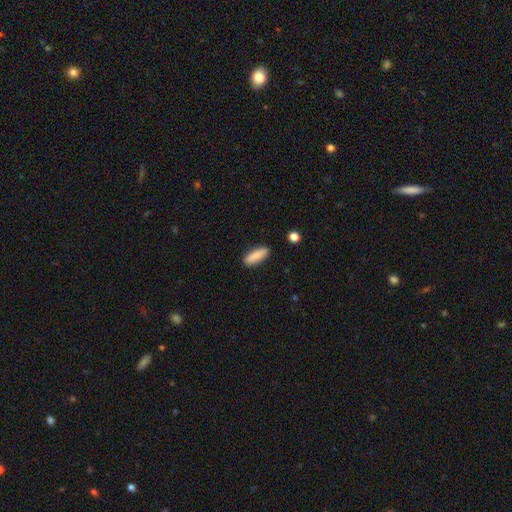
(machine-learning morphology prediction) The model was most divided on "how rounded": in between: 50%, cigar-shaped: 48%, round: 2%. More confident: merging — none (88%); smooth or featured — smooth (87%).